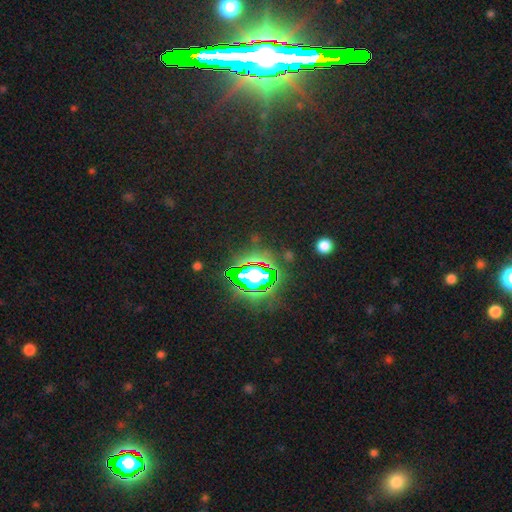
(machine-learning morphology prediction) smooth_or_featured: star or artifact (p=0.78) [alt: smooth p=0.13]